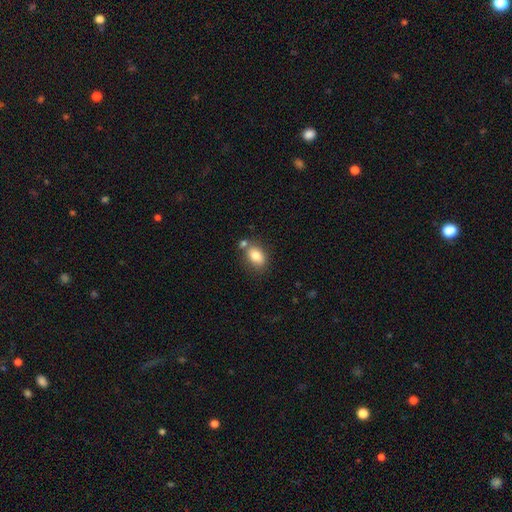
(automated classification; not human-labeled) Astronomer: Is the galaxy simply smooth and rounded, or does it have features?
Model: smooth — 81%.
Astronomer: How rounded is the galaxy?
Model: in between — 81%.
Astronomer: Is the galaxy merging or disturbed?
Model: none — 63%.